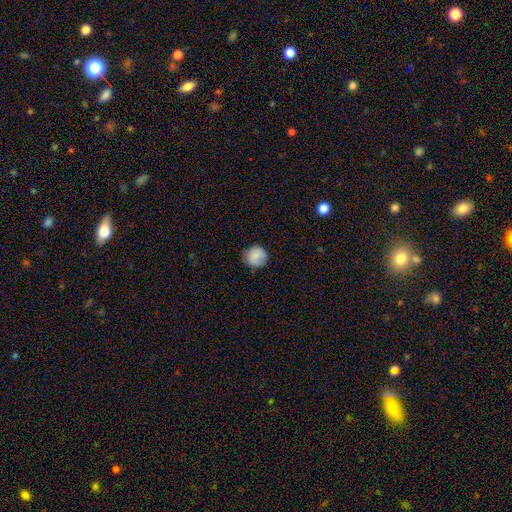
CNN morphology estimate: smooth 82%, featured or disk 10%, star or artifact 8%. Down the decision tree: how rounded — round (91%); merging — none (77%).